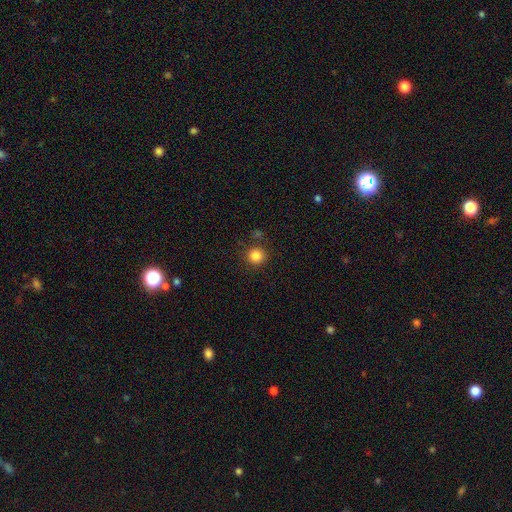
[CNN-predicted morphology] This appears to be a smooth galaxy with no disk features (85%) that is round (93%). Merging: none (84%).